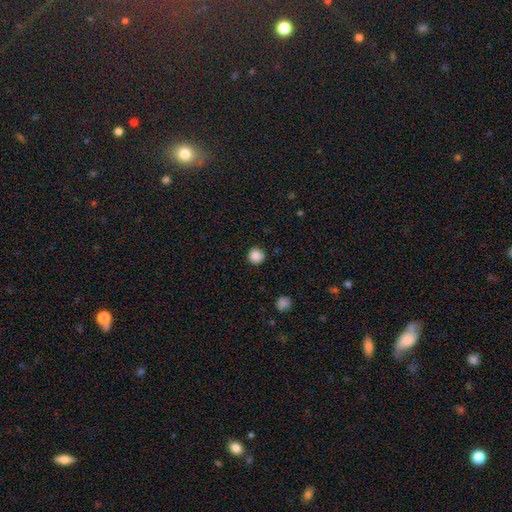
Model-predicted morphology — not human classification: Smooth or featured? Predicted: smooth (p=0.87). How rounded? Predicted: round (p=0.95). Merging? Predicted: none (p=0.90).